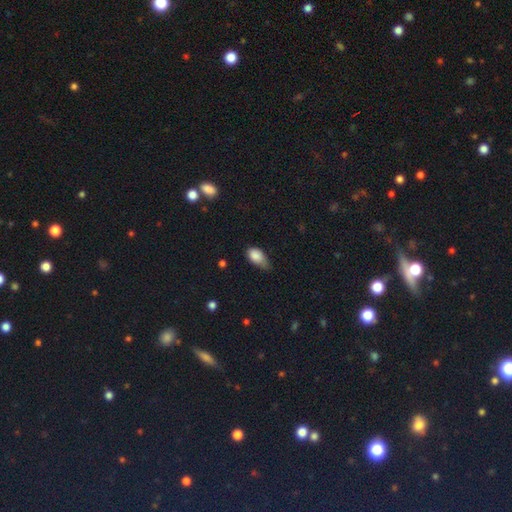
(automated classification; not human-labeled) smooth-or-featured: smooth: 84% | star or artifact: 8% | featured or disk: 8%
  how-rounded: in between: 87% | round: 9% | cigar-shaped: 4%
  merging: minor disturbance: 53% | none: 27% | major disturbance: 17% | merger: 3%